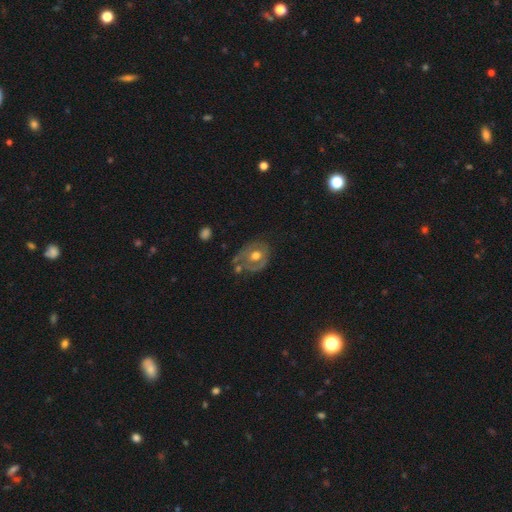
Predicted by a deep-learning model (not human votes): Smooth or featured?
  - featured or disk: 60% *
  - smooth: 34%
  - star or artifact: 7%
Edge-on disk?
  - no: 95% *
  - yes: 5%
Bar?
  - no: 77% *
  - weak: 19%
  - strong: 5%
Spiral arms?
  - no: 56% *
  - yes: 44%
Bulge size?
  - moderate: 73% *
  - large: 17%
  - small: 8%
  - none: 1%
  - dominant: 1%
Merging?
  - none: 49% *
  - minor disturbance: 27%
  - major disturbance: 15%
  - merger: 8%